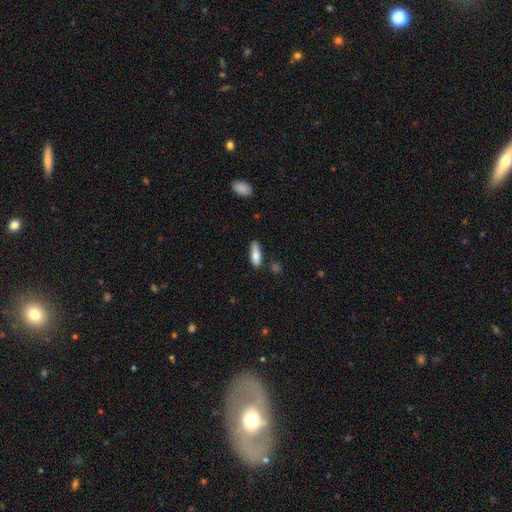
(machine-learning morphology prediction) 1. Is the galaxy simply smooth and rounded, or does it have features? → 78% smooth, 16% featured or disk, 6% star or artifact.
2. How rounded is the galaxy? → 56% in between, 42% cigar-shaped, 2% round.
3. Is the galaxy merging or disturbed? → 73% none, 20% minor disturbance, 4% major disturbance, 3% merger.